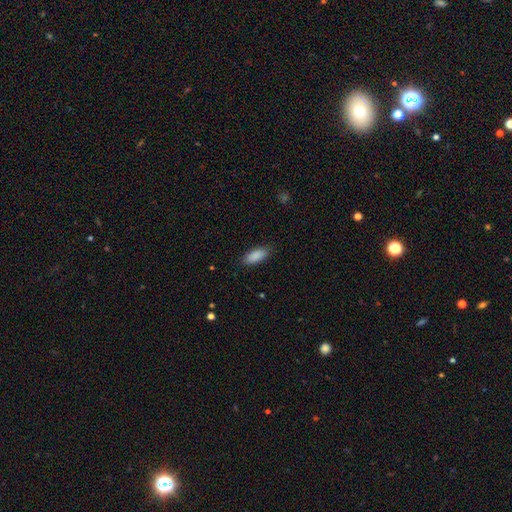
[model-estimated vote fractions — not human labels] The model was most divided on "how rounded": in between: 80%, cigar-shaped: 18%, round: 2%. More confident: smooth or featured — smooth (89%); merging — none (86%).